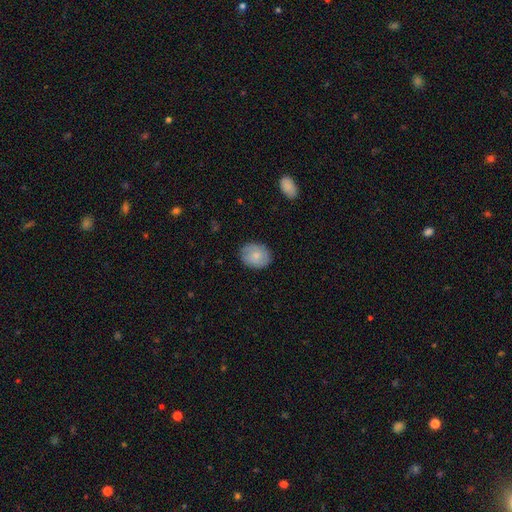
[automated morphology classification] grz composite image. It shows a smooth galaxy with no disk features (75%) that is in between round and cigar-shaped (50%). Merging: none (84%).